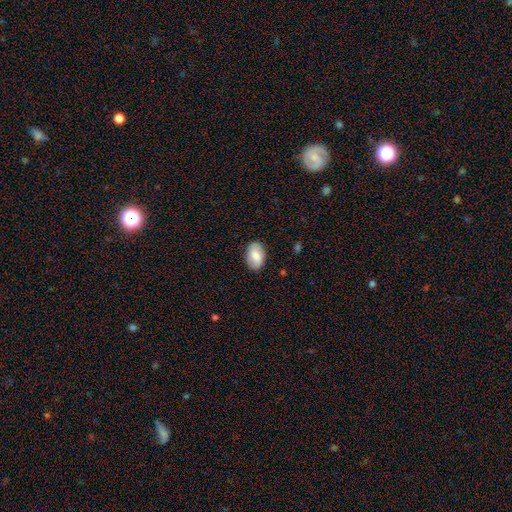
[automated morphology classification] Smooth or featured?
  - smooth: 74% *
  - featured or disk: 19%
  - star or artifact: 7%
How rounded?
  - in between: 90% *
  - round: 9%
  - cigar-shaped: 1%
Merging?
  - none: 85% *
  - minor disturbance: 11%
  - major disturbance: 3%
  - merger: 1%